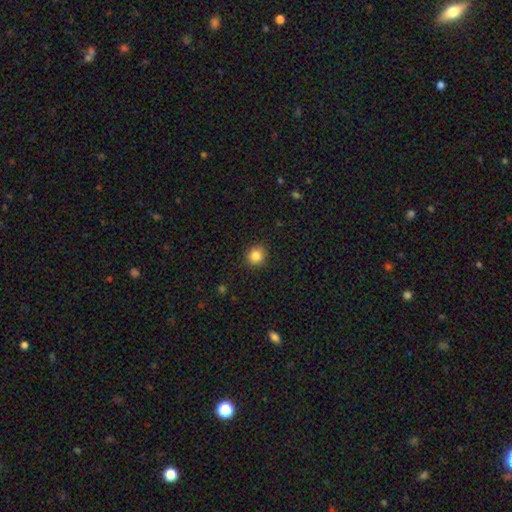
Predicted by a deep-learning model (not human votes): Smooth or featured? smooth (85%)
How rounded? round (88%)
Merging? none (91%)